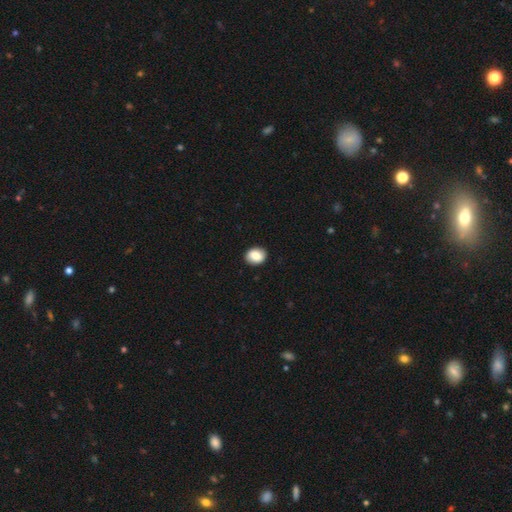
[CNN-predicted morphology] A smooth galaxy with no disk features (85%) that is in between round and cigar-shaped (54%).

Vote fractions:
- Smooth or featured? smooth: 85% / star or artifact: 8% / featured or disk: 8%
- How rounded? in between: 54% / round: 45% / cigar-shaped: 1%
- Merging? none: 89% / minor disturbance: 8% / major disturbance: 2% / merger: 1%